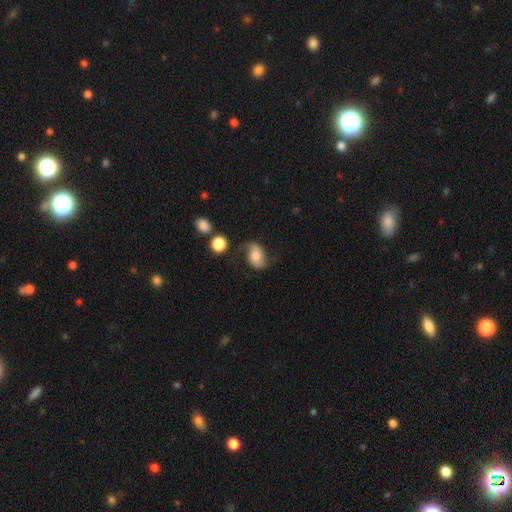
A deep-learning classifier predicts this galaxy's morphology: A smooth galaxy with no disk features (50%) that is in between round and cigar-shaped (82%). Merging: none (63%).